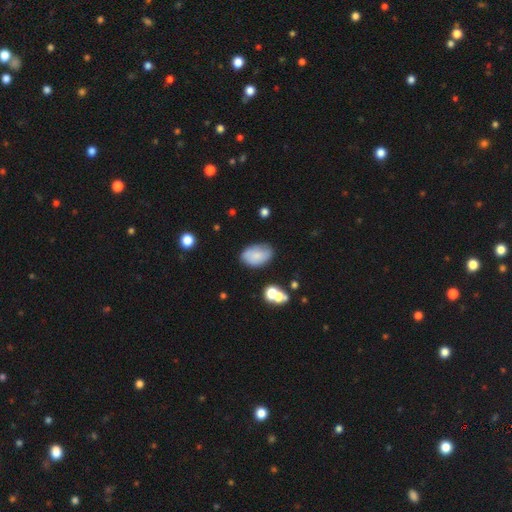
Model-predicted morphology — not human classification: This appears to be a smooth galaxy with no disk features (75%) that is in between round and cigar-shaped (90%). Merging: none (71%).